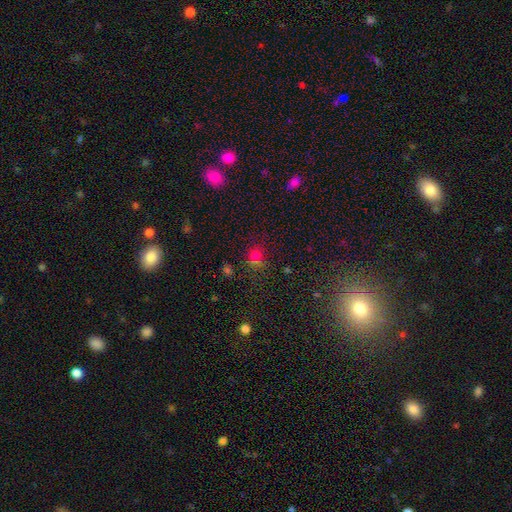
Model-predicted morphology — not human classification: Smooth or featured? smooth (62%)
How rounded? round (79%)
Merging? none (60%)